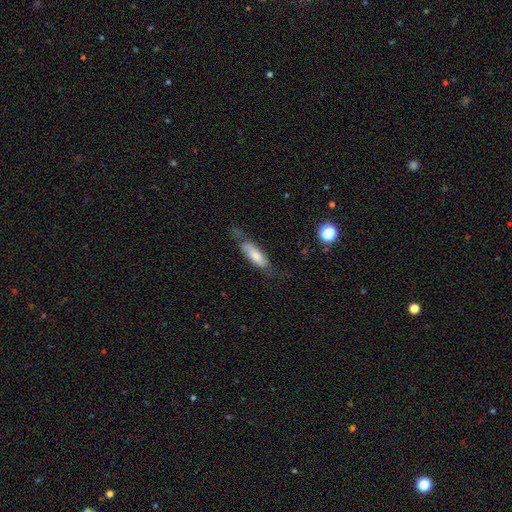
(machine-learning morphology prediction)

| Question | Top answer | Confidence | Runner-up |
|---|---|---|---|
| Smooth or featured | smooth | 66% | featured or disk (27%) |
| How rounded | in between | 53% | cigar-shaped (45%) |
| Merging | none | 51% | minor disturbance (29%) |